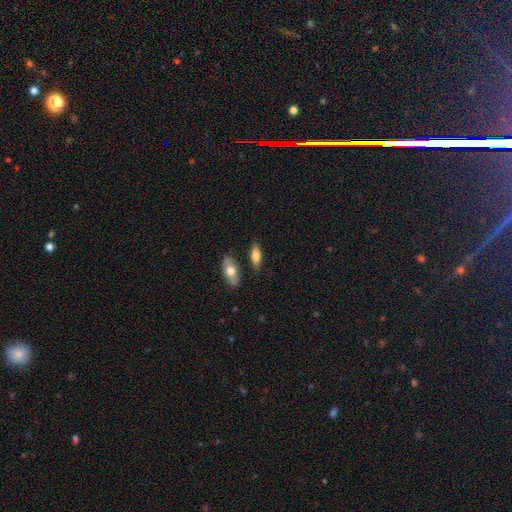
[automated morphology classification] Smooth or featured? Predicted: smooth (p=0.73). How rounded? Predicted: in between (p=0.70). Merging? Predicted: none (p=0.78).